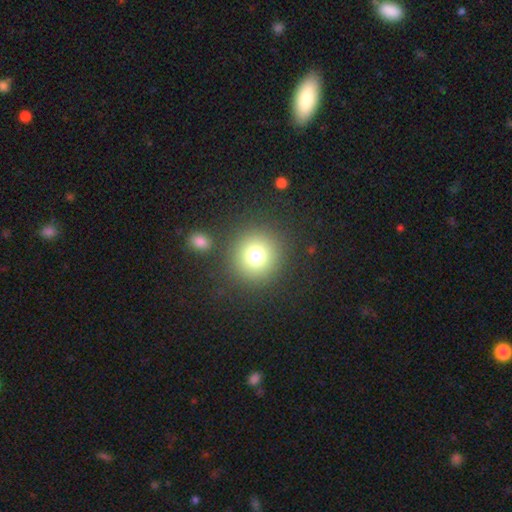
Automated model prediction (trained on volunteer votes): smooth_or_featured: smooth (p=0.76) [alt: star or artifact p=0.15]
how_rounded: round (p=0.93) [alt: in between p=0.06]
merging: none (p=0.85) [alt: minor disturbance p=0.07]